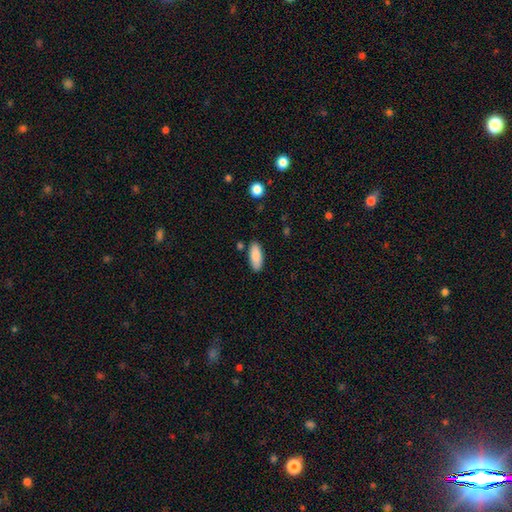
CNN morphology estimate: Overall: smooth (87%). How rounded: in between (78%). Merging: none (84%).